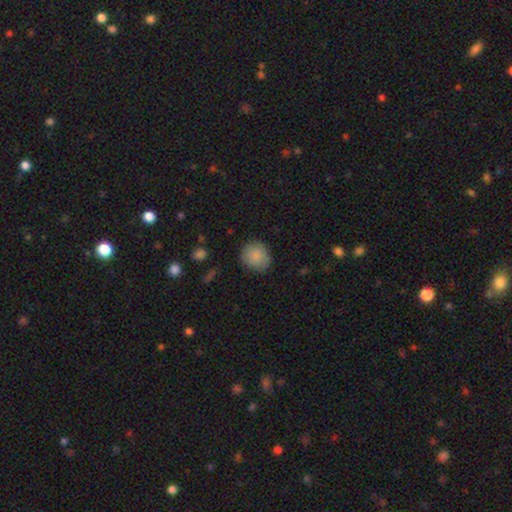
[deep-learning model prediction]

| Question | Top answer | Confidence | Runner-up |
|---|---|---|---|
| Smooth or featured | smooth | 83% | featured or disk (10%) |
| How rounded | round | 80% | in between (19%) |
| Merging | none | 78% | minor disturbance (17%) |